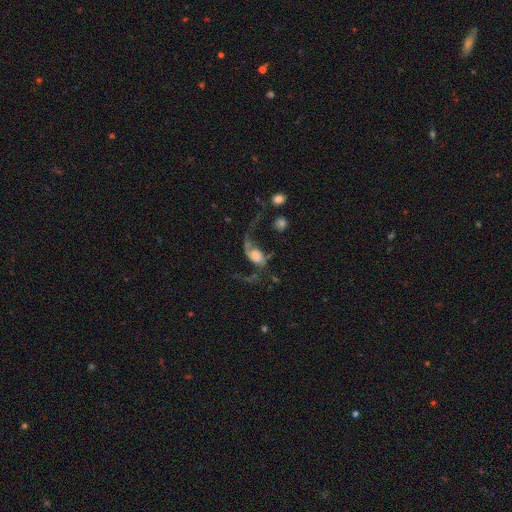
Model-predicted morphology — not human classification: This is likely a featured or disk galaxy (70%). It is clearly not viewed edge-on (95%). Bar: likely no (65%). Spiral arm pattern: clearly yes (89%). Spiral arm count: likely 2 (78%). Spiral winding: clearly loose (85%). Central bulge: marginally large (31%). Merging: possibly major disturbance (45%).